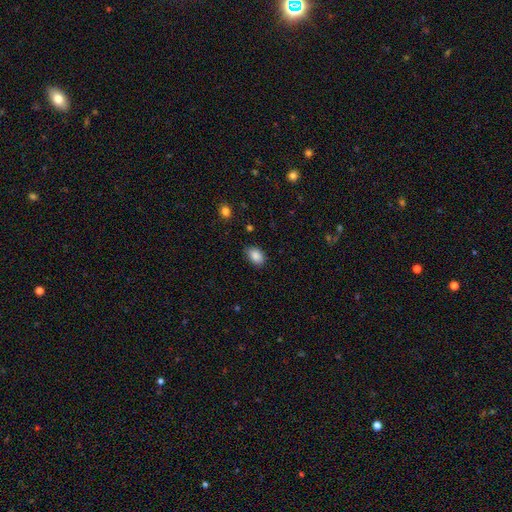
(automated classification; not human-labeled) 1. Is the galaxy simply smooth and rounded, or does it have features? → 87% smooth, 8% star or artifact, 4% featured or disk.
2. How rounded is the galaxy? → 84% in between, 15% round, 1% cigar-shaped.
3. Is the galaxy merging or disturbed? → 81% none, 15% minor disturbance, 3% major disturbance, 1% merger.